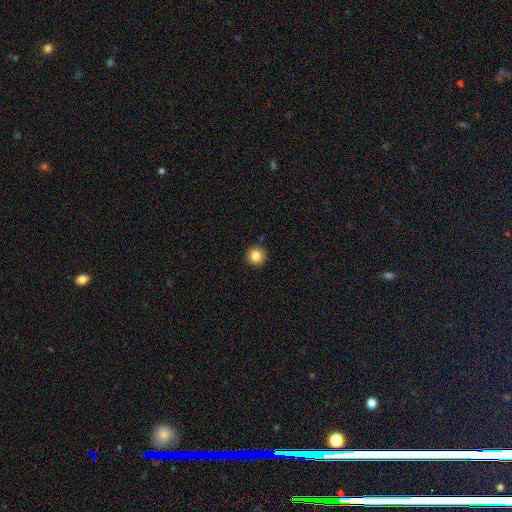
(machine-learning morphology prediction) smooth_or_featured: smooth (p=0.83) [alt: star or artifact p=0.10]
how_rounded: round (p=0.94) [alt: in between p=0.05]
merging: none (p=0.91) [alt: minor disturbance p=0.06]